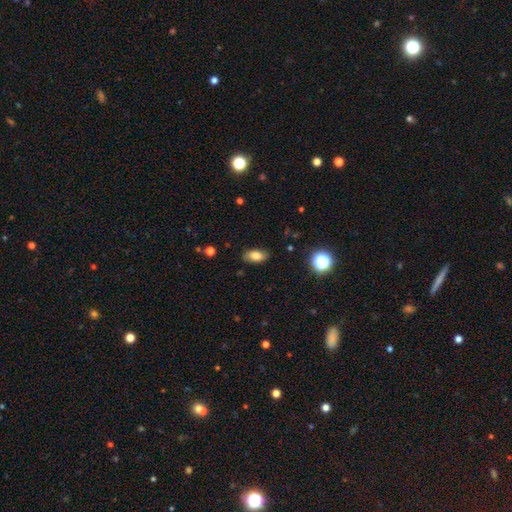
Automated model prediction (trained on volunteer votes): Morphology: type=smooth (80%); roundness=in between (89%); merging=none (84%).